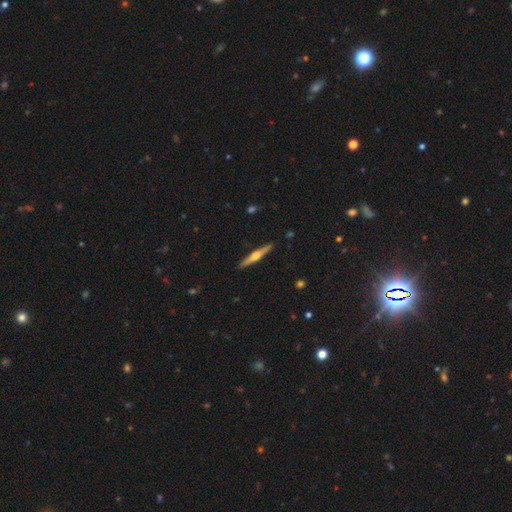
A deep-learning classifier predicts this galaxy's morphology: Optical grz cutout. It shows a featured or disk galaxy (67%) viewed edge-on (97%) with a rounded central bulge (92%). Merging: none (91%).